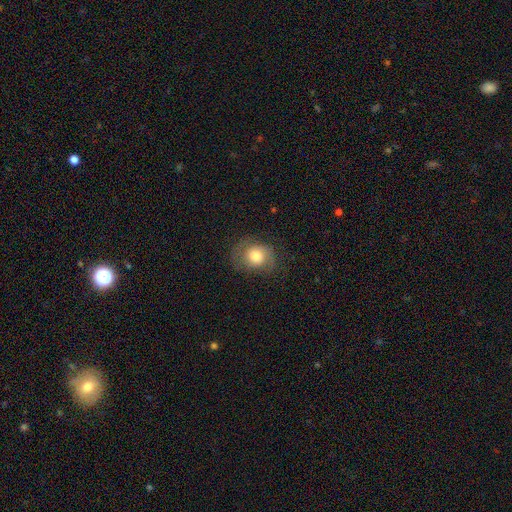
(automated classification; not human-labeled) Smooth or featured? smooth (62%)
How rounded? round (63%)
Merging? none (63%)